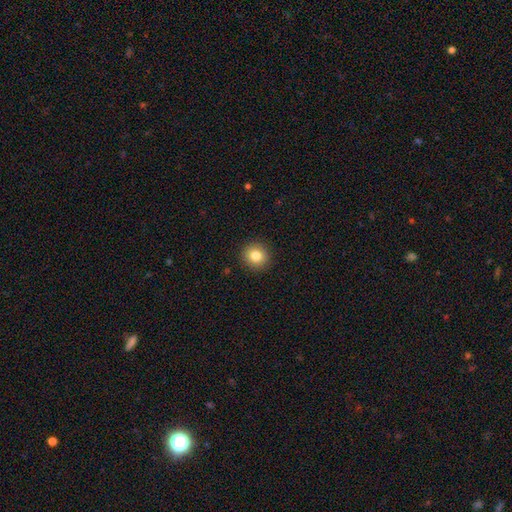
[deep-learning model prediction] Smooth or featured? Predicted: smooth (p=0.82). How rounded? Predicted: round (p=0.91). Merging? Predicted: none (p=0.92).